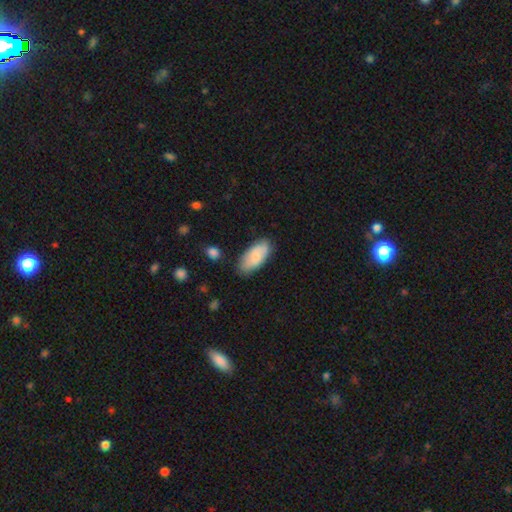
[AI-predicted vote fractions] Smooth or featured: smooth — 79% (featured or disk — 15%)
How rounded: in between — 91% (cigar-shaped — 8%)
Merging: none — 77% (minor disturbance — 17%)